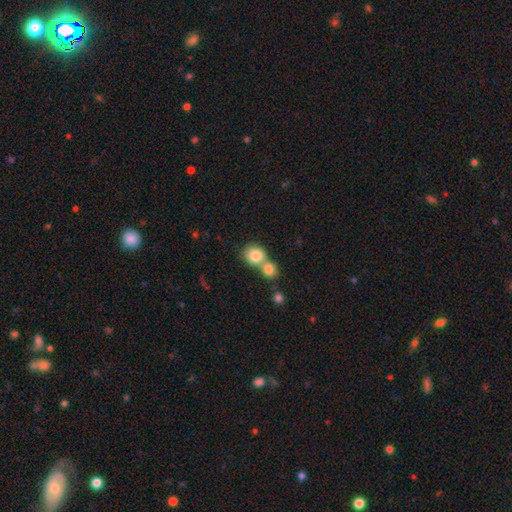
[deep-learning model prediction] Smooth or featured? Predicted: smooth (p=0.82). How rounded? Predicted: round (p=0.79). Merging? Predicted: merger (p=0.58).